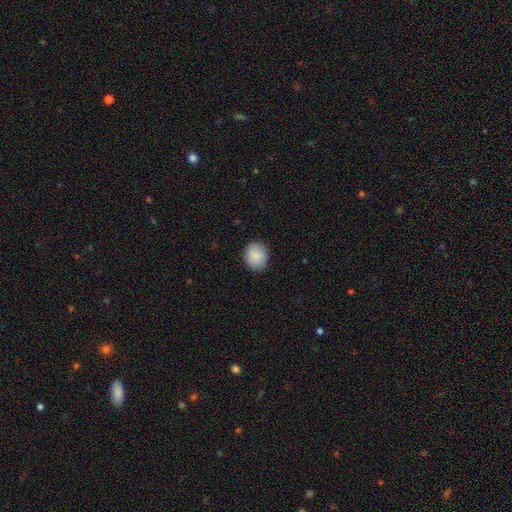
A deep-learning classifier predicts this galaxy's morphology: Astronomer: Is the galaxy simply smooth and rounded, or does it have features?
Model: smooth — 88%.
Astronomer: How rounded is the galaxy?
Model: round — 66%.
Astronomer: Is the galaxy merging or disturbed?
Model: none — 89%.